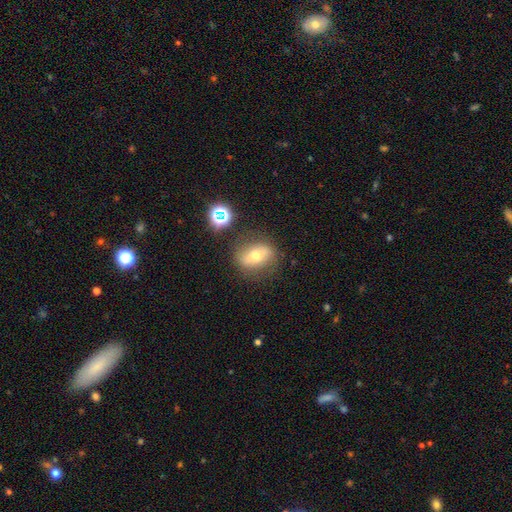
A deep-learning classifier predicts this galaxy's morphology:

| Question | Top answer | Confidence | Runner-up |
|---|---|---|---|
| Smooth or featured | smooth | 46% | featured or disk (41%) |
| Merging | none | 77% | minor disturbance (14%) |